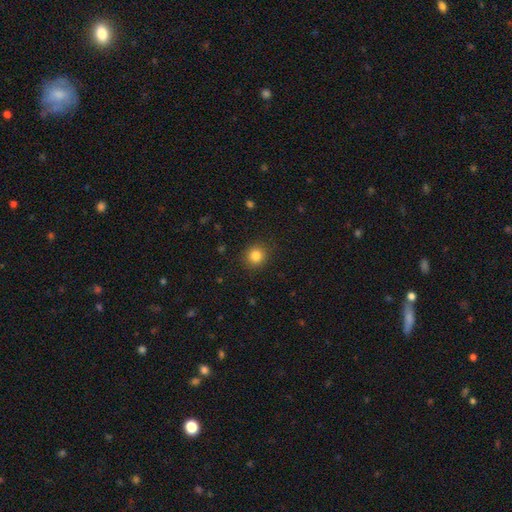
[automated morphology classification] Smooth or featured?
  - smooth: 83% *
  - star or artifact: 11%
  - featured or disk: 5%
How rounded?
  - round: 87% *
  - in between: 12%
  - cigar-shaped: 1%
Merging?
  - none: 89% *
  - minor disturbance: 7%
  - major disturbance: 2%
  - merger: 1%